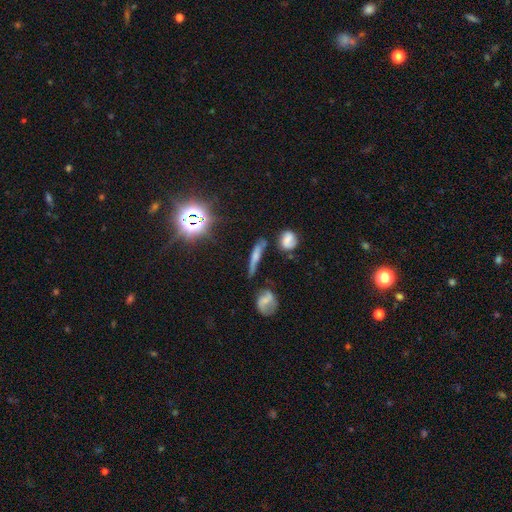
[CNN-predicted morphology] This appears to be a smooth galaxy with no disk features (45%). Merging: none (59%).